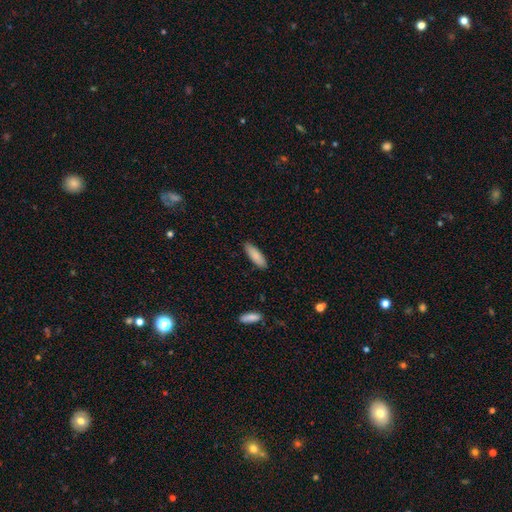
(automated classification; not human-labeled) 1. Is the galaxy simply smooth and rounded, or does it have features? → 86% smooth, 9% featured or disk, 6% star or artifact.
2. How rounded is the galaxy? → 56% in between, 43% cigar-shaped, 1% round.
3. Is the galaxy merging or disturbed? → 87% none, 10% minor disturbance, 2% major disturbance, 1% merger.